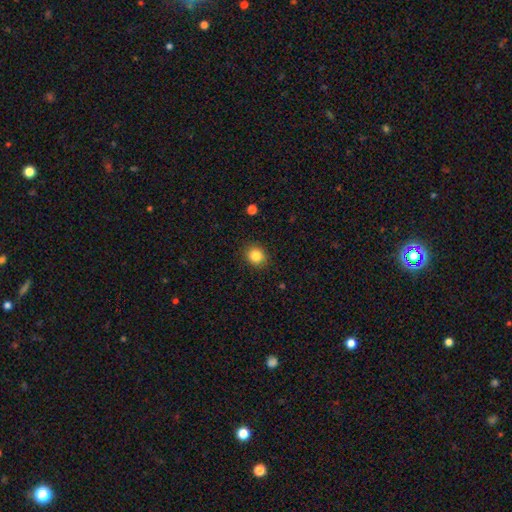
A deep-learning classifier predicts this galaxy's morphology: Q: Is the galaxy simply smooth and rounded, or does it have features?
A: smooth — 85%.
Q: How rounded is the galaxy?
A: round — 77%.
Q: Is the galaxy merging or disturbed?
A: none — 89%.